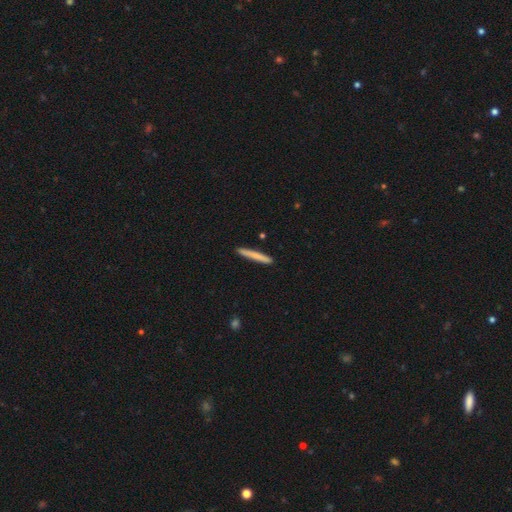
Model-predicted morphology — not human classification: smooth 76%, featured or disk 19%, star or artifact 6%. Down the decision tree: how rounded — cigar-shaped (97%); merging — none (91%).